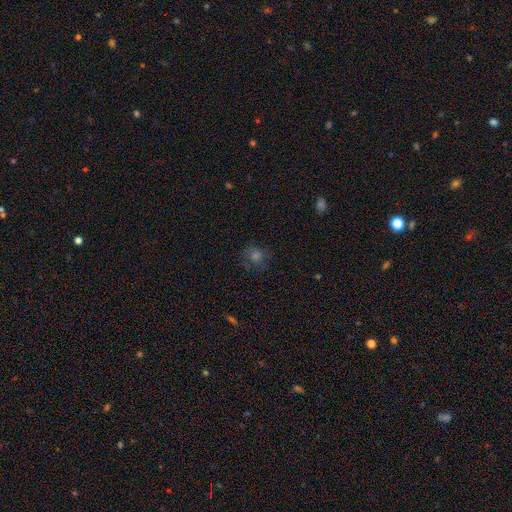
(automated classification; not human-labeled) Smooth or featured?
  - smooth: 51% *
  - star or artifact: 29%
  - featured or disk: 19%
How rounded?
  - round: 84% *
  - in between: 14%
  - cigar-shaped: 1%
Merging?
  - none: 78% *
  - minor disturbance: 14%
  - major disturbance: 7%
  - merger: 2%